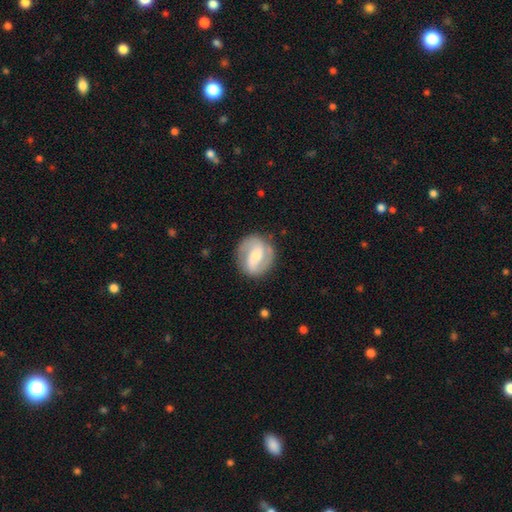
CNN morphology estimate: A featured or disk galaxy (78%) with a weak bar (43%), 2 (90%) medium (48%) spiral arms (92%) and a moderate central bulge (54%). Merging: none (83%).